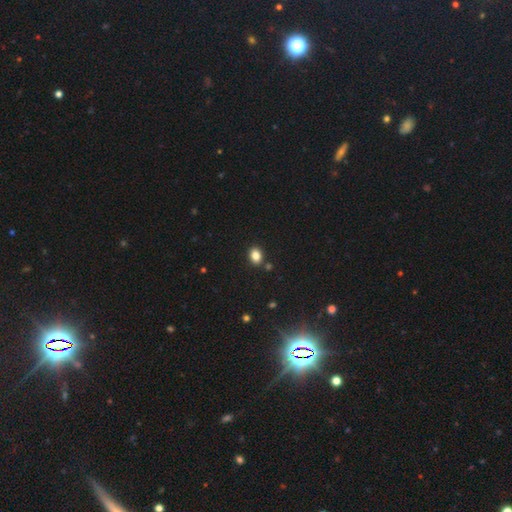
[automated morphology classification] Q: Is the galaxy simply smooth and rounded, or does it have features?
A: smooth — 84%.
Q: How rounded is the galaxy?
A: in between — 63%.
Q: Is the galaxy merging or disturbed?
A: none — 85%.